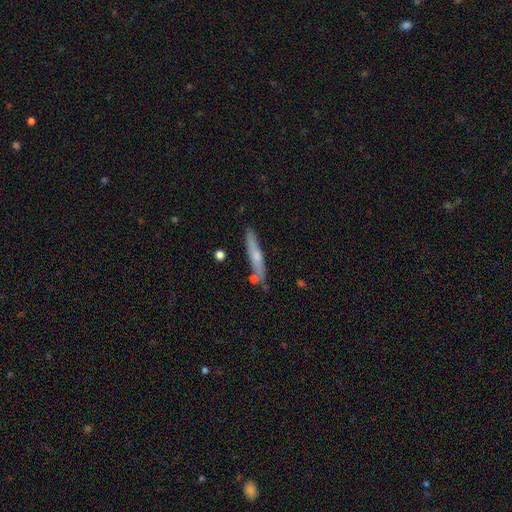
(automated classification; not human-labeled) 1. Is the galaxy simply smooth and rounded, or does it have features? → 53% smooth, 41% featured or disk, 6% star or artifact.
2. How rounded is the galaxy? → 93% cigar-shaped, 6% in between, 1% round.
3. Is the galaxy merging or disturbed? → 80% none, 13% minor disturbance, 5% merger, 2% major disturbance.